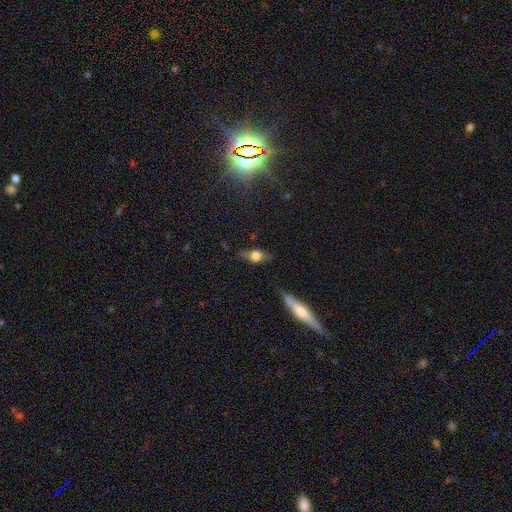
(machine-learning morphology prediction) This appears to be a smooth galaxy with no disk features (52%) that is in between round and cigar-shaped (58%). Merging: none (68%).